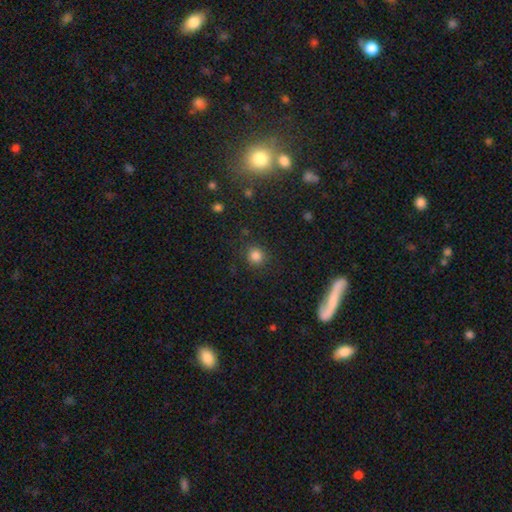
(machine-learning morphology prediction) This appears to be a smooth galaxy with no disk features (82%) that is round (91%). Merging: none (85%).